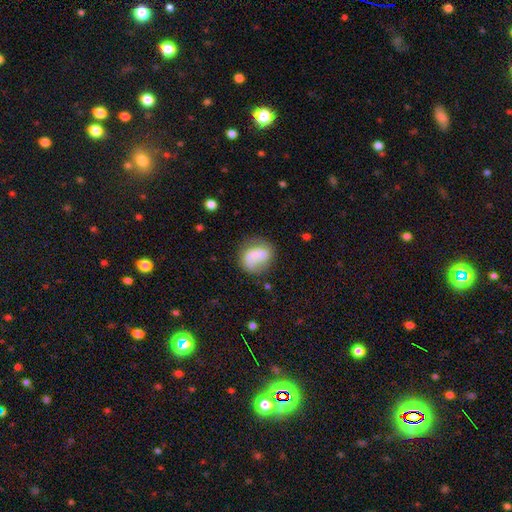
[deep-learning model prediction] Smooth or featured: smooth — 60% (featured or disk — 31%)
How rounded: round — 54% (in between — 45%)
Merging: none — 47% (minor disturbance — 26%)